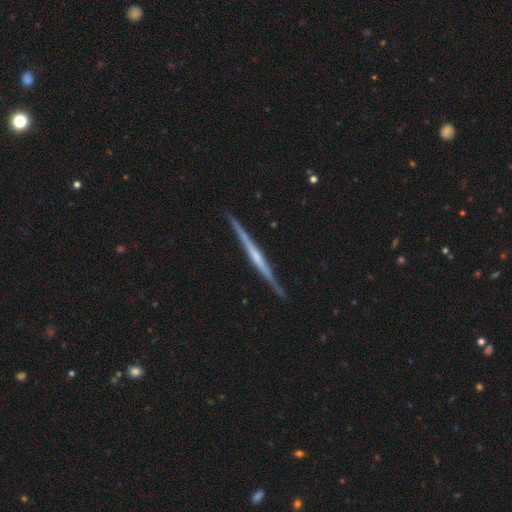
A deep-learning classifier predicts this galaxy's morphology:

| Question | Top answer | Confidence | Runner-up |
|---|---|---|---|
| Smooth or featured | featured or disk | 78% | smooth (17%) |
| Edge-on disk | yes | 98% | no (2%) |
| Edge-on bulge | none | 52% | rounded (35%) |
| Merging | none | 89% | minor disturbance (8%) |